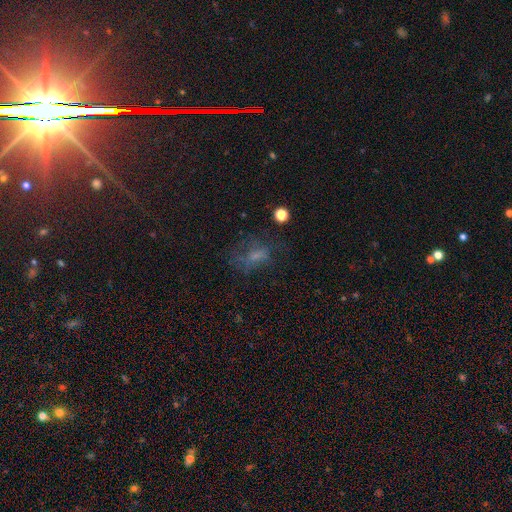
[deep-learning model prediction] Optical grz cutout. It shows a smooth galaxy with no disk features (45%). Merging: none (47%).